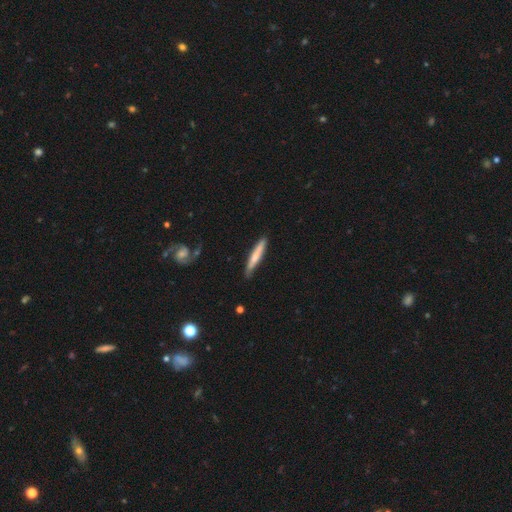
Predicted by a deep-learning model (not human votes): smooth_or_featured: smooth (p=0.63) [alt: featured or disk p=0.32]
how_rounded: cigar-shaped (p=0.94) [alt: in between p=0.05]
merging: none (p=0.80) [alt: minor disturbance p=0.15]